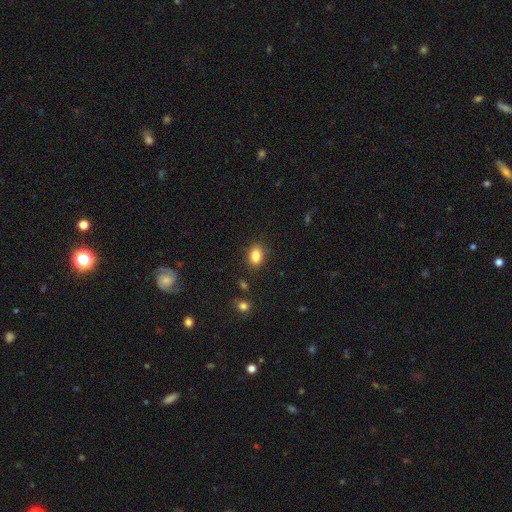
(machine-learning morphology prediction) smooth_or_featured: smooth (p=0.85) [alt: star or artifact p=0.10]
how_rounded: in between (p=0.78) [alt: round p=0.20]
merging: none (p=0.83) [alt: minor disturbance p=0.11]